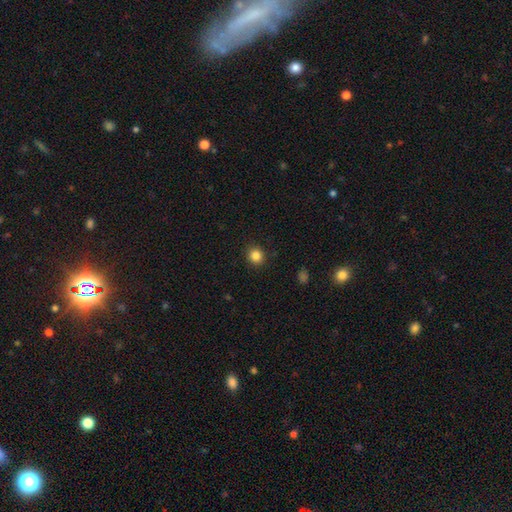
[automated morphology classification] smooth 84%, star or artifact 11%, featured or disk 4%. Down the decision tree: how rounded — round (87%); merging — none (91%).